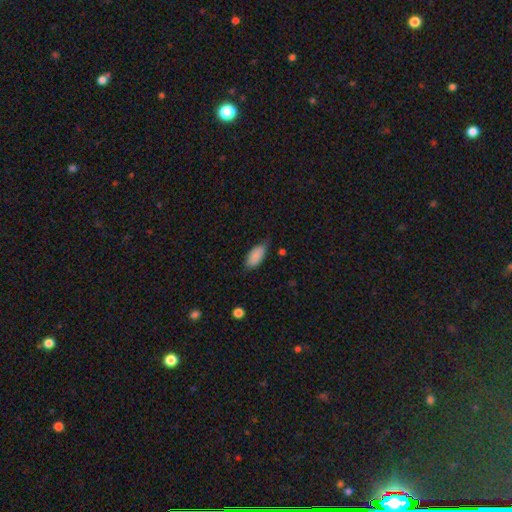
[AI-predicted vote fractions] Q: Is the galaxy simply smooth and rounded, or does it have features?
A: smooth — 86%.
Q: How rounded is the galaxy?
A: in between — 92%.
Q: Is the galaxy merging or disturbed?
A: none — 59%.